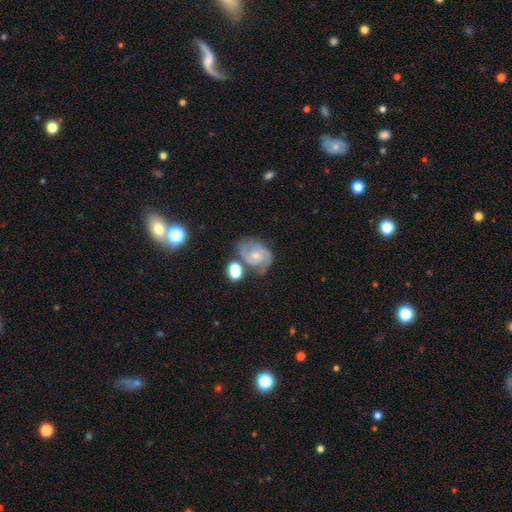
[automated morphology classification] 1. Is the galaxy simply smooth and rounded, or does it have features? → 78% featured or disk, 14% smooth, 7% star or artifact.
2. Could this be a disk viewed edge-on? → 98% no, 2% yes.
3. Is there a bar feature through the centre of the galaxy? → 66% no, 29% weak, 5% strong.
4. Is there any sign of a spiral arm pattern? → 94% yes, 6% no.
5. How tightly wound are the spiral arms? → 48% medium, 40% tight, 13% loose.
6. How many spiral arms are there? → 79% 2, 10% can't tell, 6% 3, 3% 1, 2% 4, 1% more than 4.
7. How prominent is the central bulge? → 50% small, 41% moderate, 4% none, 3% large, 1% dominant.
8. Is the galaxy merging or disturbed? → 55% none, 20% minor disturbance, 15% merger, 9% major disturbance.